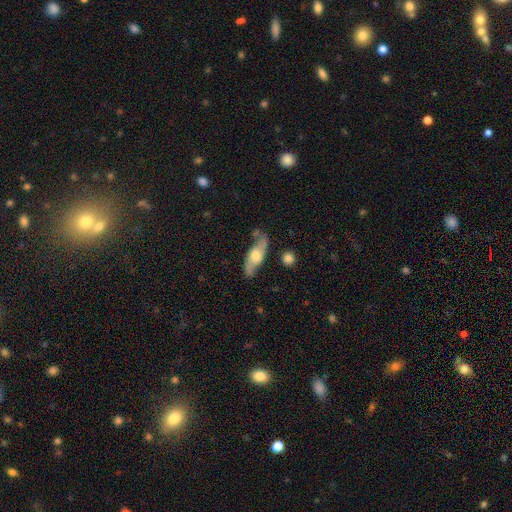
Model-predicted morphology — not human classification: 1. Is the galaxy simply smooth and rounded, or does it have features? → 56% featured or disk, 38% smooth, 6% star or artifact.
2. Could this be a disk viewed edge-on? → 64% no, 36% yes.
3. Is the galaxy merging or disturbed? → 69% none, 20% minor disturbance, 6% major disturbance, 5% merger.